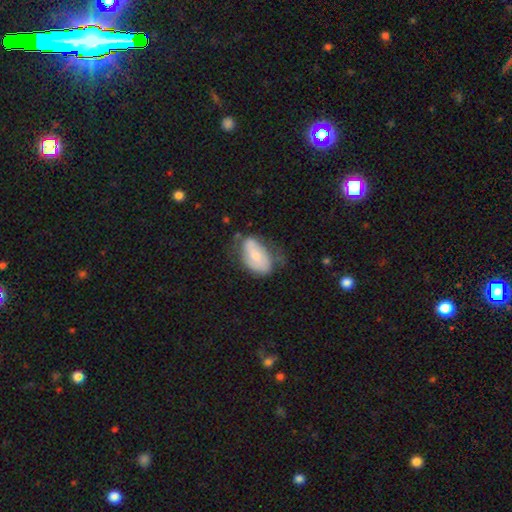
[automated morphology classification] Q: Smooth or featured?
A: smooth (53%); runner-up: featured or disk (41%)
Q: How rounded?
A: in between (92%); runner-up: round (6%)
Q: Merging?
A: none (49%); runner-up: minor disturbance (34%)